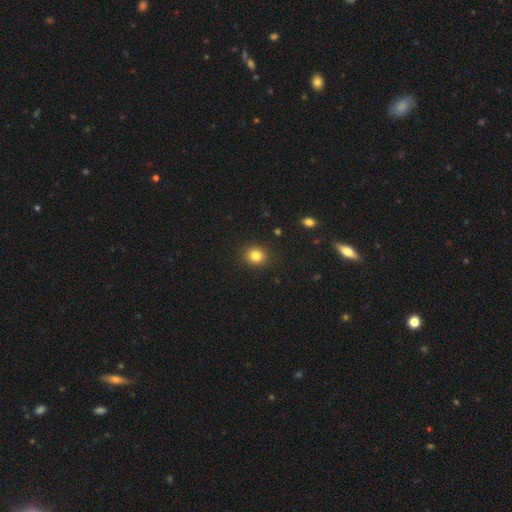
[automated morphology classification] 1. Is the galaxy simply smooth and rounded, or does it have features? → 84% smooth, 11% star or artifact, 5% featured or disk.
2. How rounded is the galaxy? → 80% round, 19% in between, 1% cigar-shaped.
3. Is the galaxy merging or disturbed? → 90% none, 7% minor disturbance, 2% major disturbance, 1% merger.